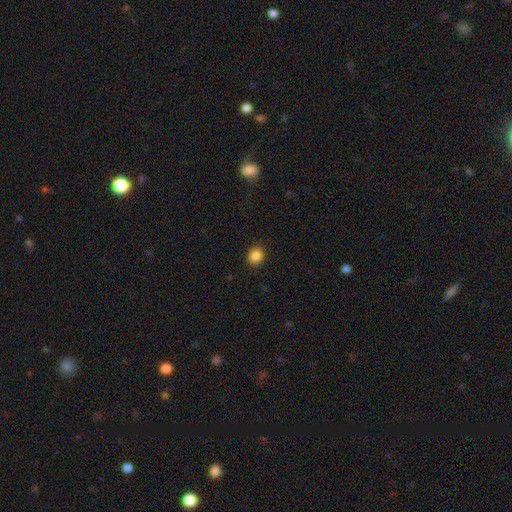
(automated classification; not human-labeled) The model was most divided on "how rounded": round: 80%, in between: 19%, cigar-shaped: 1%. More confident: merging — none (90%); smooth or featured — smooth (86%).